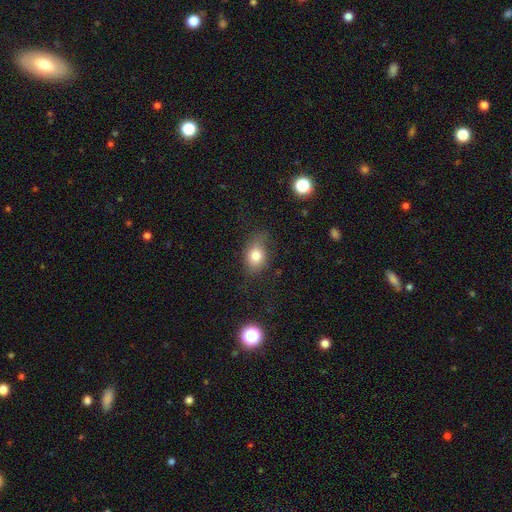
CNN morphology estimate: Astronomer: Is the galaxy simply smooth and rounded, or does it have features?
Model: smooth — 78%.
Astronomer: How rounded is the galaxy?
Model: in between — 66%.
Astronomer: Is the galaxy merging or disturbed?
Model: none — 65%.